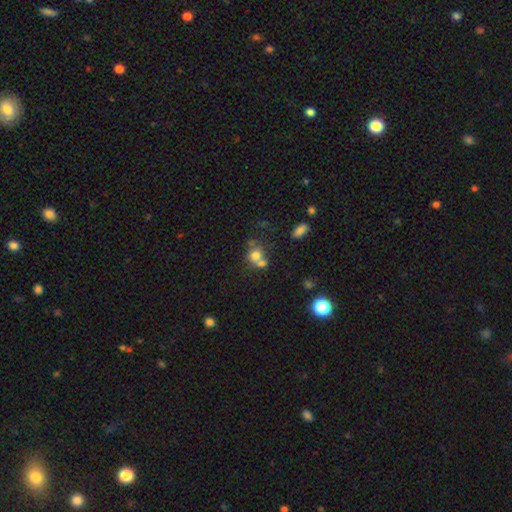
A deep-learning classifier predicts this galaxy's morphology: smooth 71%, featured or disk 16%, star or artifact 13%. Down the decision tree: how rounded — round (72%); merging — merger (51%).